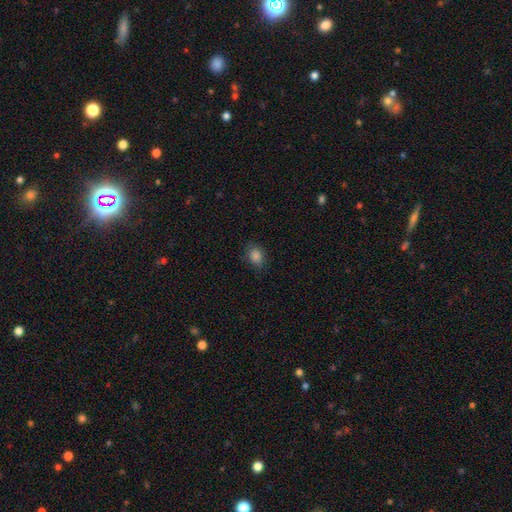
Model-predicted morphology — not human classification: Q: Smooth or featured?
A: smooth (85%); runner-up: star or artifact (11%)
Q: How rounded?
A: in between (67%); runner-up: round (31%)
Q: Merging?
A: none (80%); runner-up: minor disturbance (15%)